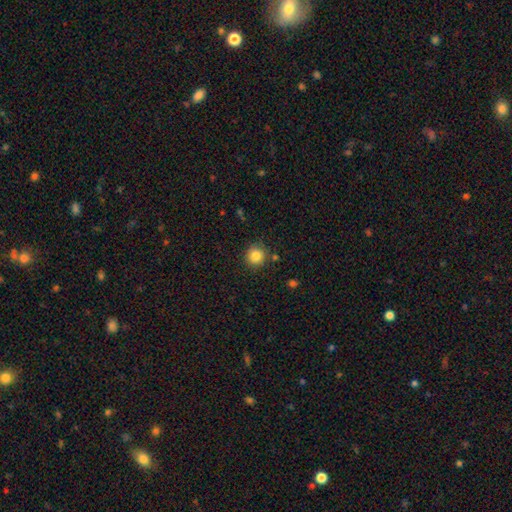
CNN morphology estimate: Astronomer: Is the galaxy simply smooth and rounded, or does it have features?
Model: smooth — 84%.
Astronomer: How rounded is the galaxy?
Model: round — 93%.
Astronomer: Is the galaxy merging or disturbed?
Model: none — 85%.